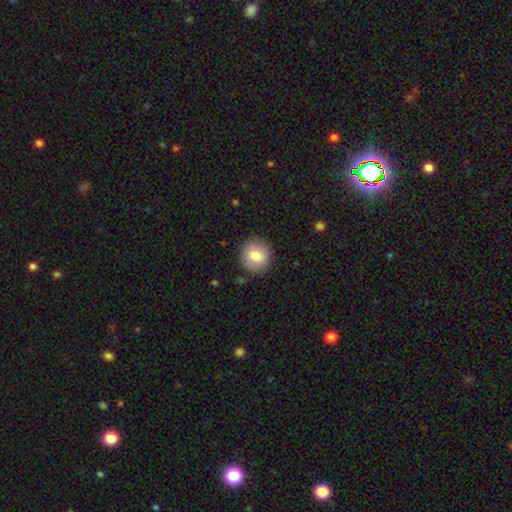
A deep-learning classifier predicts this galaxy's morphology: This is likely a smooth galaxy (79%). How rounded: clearly round (89%). Merging: clearly none (87%).